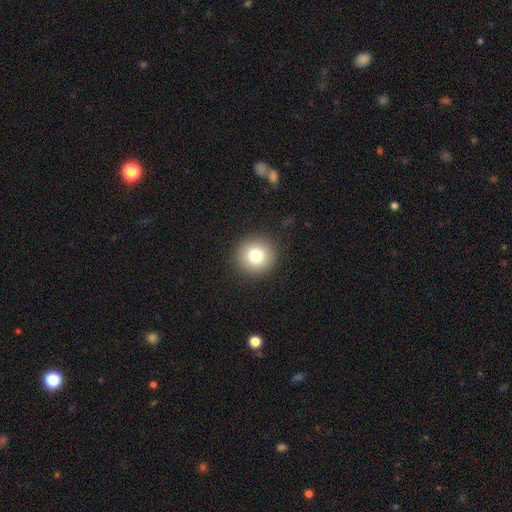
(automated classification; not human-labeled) smooth-or-featured: smooth: 80% | star or artifact: 10% | featured or disk: 10%
  how-rounded: round: 94% | in between: 5% | cigar-shaped: 1%
  merging: none: 91% | minor disturbance: 6% | major disturbance: 2% | merger: 1%